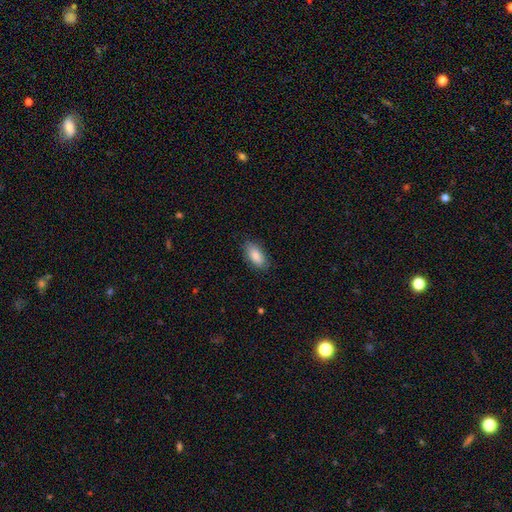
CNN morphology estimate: A smooth galaxy with no disk features (85%) that is in between round and cigar-shaped (91%). Merging: none (84%).